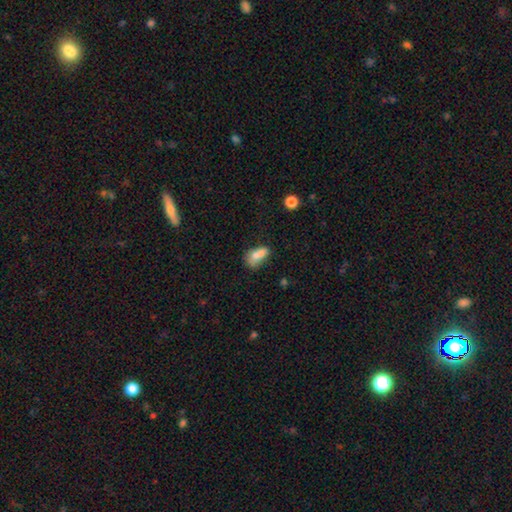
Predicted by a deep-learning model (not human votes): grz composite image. It shows a smooth galaxy with no disk features (73%) that is in between round and cigar-shaped (80%). Merging: none (34%).